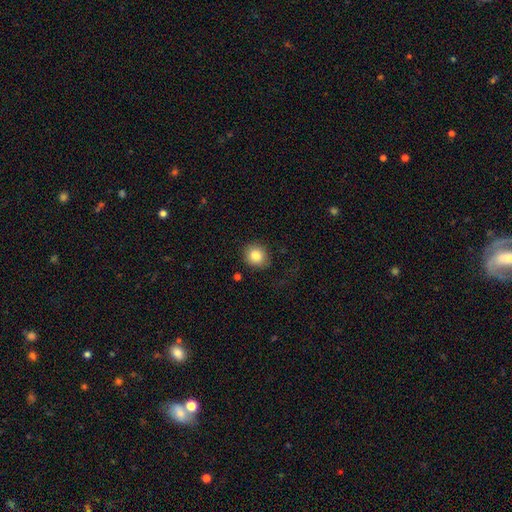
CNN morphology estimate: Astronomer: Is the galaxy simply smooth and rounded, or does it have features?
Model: smooth — 84%.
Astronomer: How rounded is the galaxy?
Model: round — 80%.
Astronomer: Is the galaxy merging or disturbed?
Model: none — 84%.